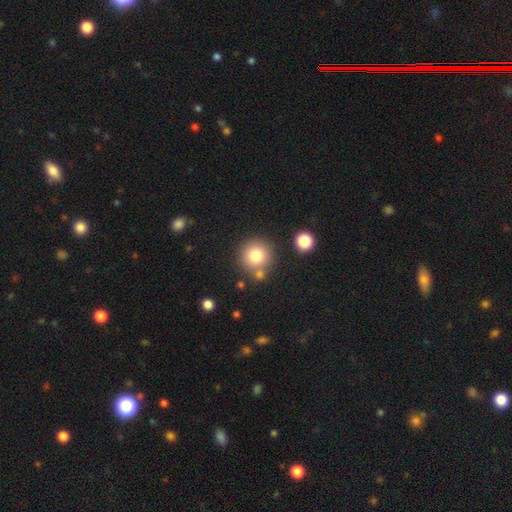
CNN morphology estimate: Smooth or featured?
  - smooth: 79% *
  - star or artifact: 12%
  - featured or disk: 10%
How rounded?
  - round: 93% *
  - in between: 6%
  - cigar-shaped: 1%
Merging?
  - none: 74% *
  - merger: 14%
  - minor disturbance: 9%
  - major disturbance: 3%